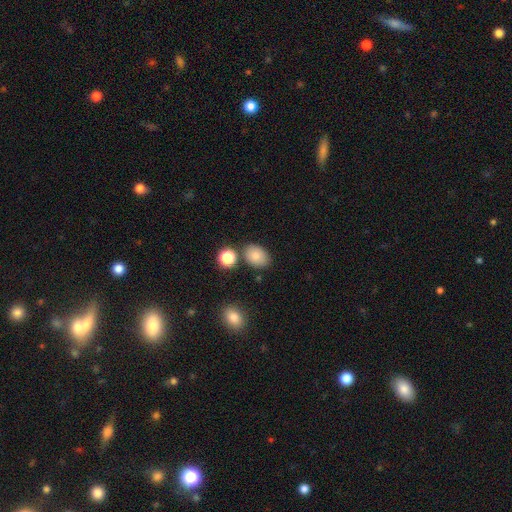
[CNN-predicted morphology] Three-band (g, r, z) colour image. It shows a smooth galaxy with no disk features (80%) that is in between round and cigar-shaped (73%). Merging: none (77%).